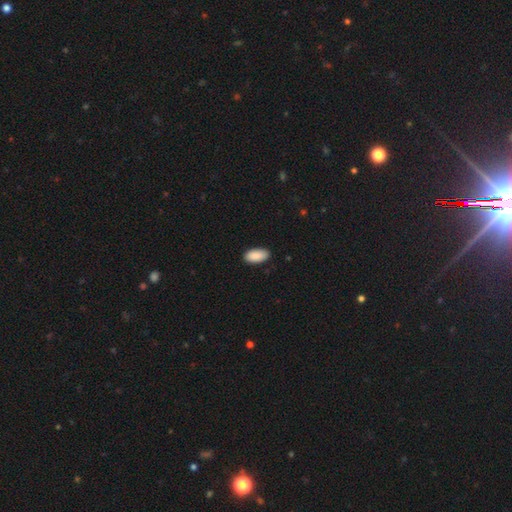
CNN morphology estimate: This is clearly a smooth galaxy (91%). How rounded: clearly in between (95%). Merging: clearly none (88%).